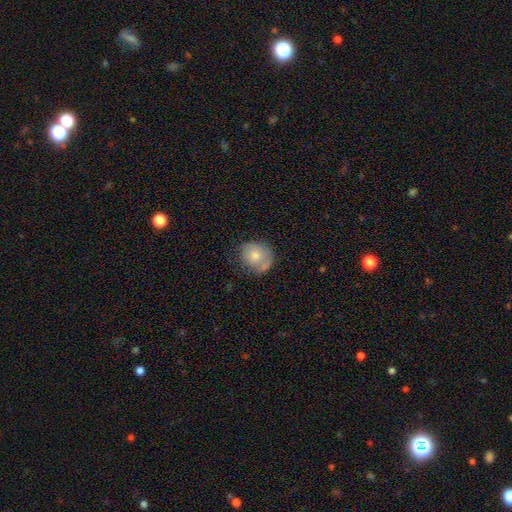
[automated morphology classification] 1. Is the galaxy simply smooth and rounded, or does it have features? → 70% smooth, 22% featured or disk, 7% star or artifact.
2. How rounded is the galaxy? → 71% round, 28% in between, 1% cigar-shaped.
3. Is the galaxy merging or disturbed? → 54% none, 28% minor disturbance, 10% merger, 9% major disturbance.